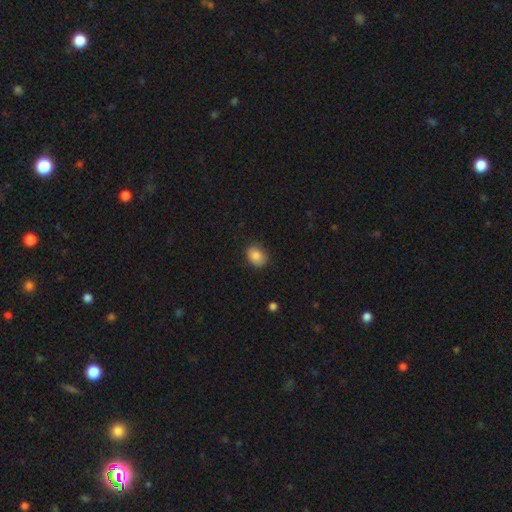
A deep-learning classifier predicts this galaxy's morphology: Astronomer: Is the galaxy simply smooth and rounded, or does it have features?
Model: smooth — 85%.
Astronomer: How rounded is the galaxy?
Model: in between — 64%.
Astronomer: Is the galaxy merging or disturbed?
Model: none — 84%.